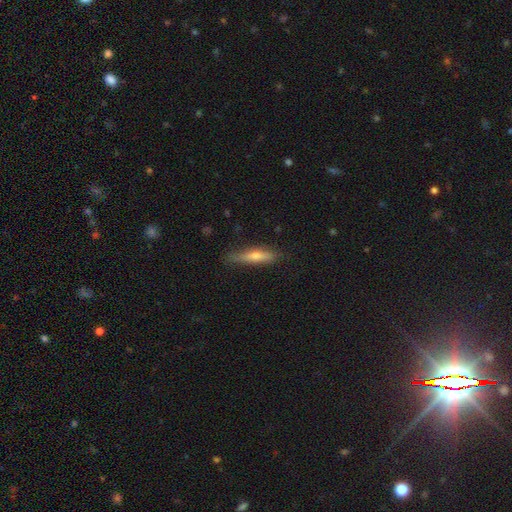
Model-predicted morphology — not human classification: Smooth or featured?
  - featured or disk: 48% *
  - smooth: 44%
  - star or artifact: 8%
Merging?
  - none: 82% *
  - minor disturbance: 14%
  - major disturbance: 2%
  - merger: 1%